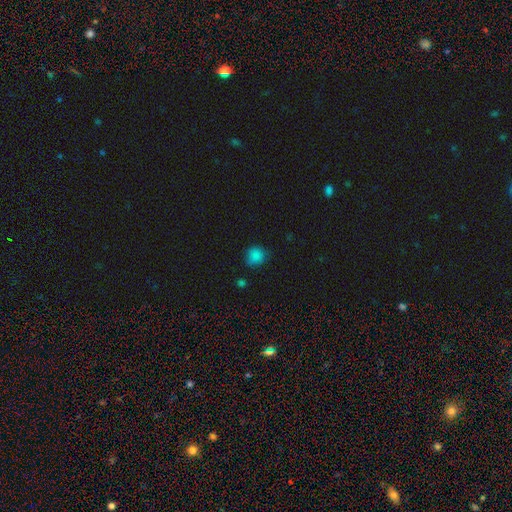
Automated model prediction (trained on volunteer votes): smooth 84%, star or artifact 12%, featured or disk 4%. Down the decision tree: how rounded — round (82%); merging — none (73%).